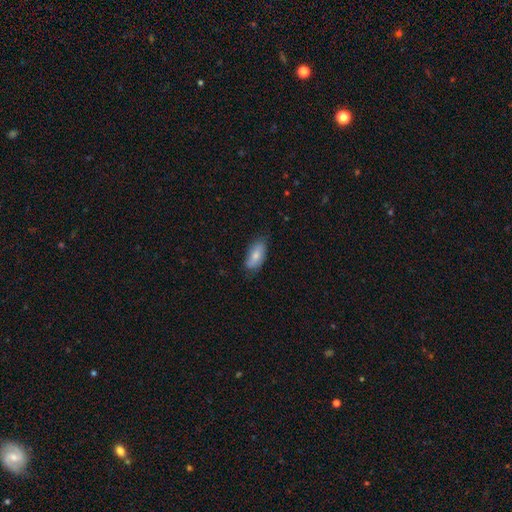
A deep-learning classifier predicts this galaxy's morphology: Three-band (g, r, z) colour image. It shows a smooth galaxy with no disk features (77%) that is in between round and cigar-shaped (88%). Merging: none (71%).